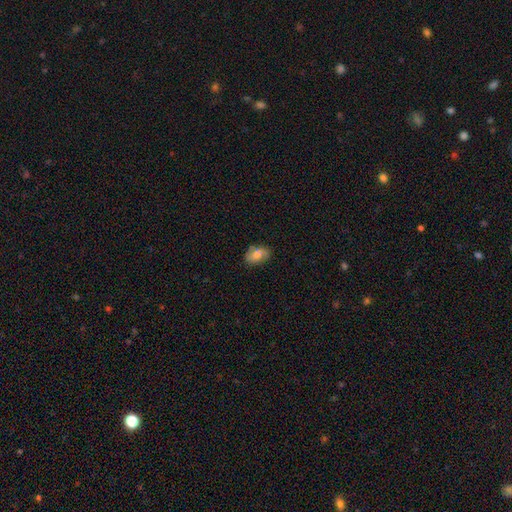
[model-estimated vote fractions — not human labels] Overall: smooth (71%). How rounded: in between (87%). Merging: none (75%).